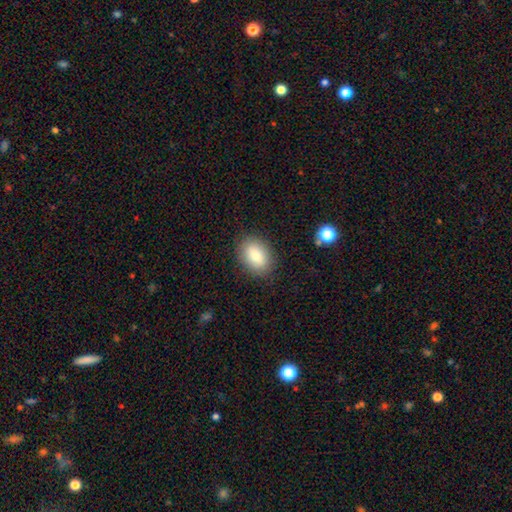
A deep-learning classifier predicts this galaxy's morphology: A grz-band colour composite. It shows a smooth galaxy with no disk features (83%) that is in between round and cigar-shaped (86%). Merging: none (86%).